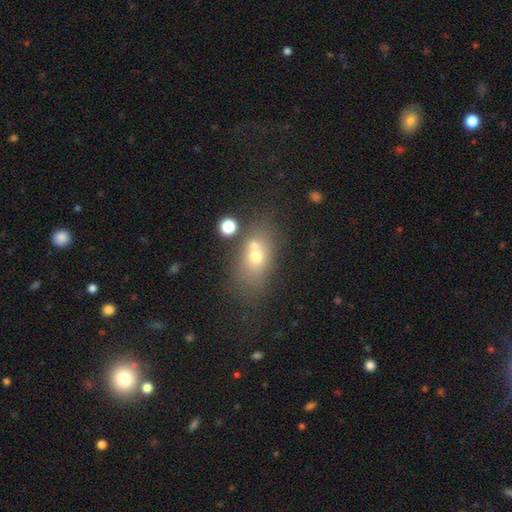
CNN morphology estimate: Q: Smooth or featured?
A: smooth (61%); runner-up: featured or disk (24%)
Q: How rounded?
A: in between (68%); runner-up: round (26%)
Q: Merging?
A: none (47%); runner-up: merger (33%)